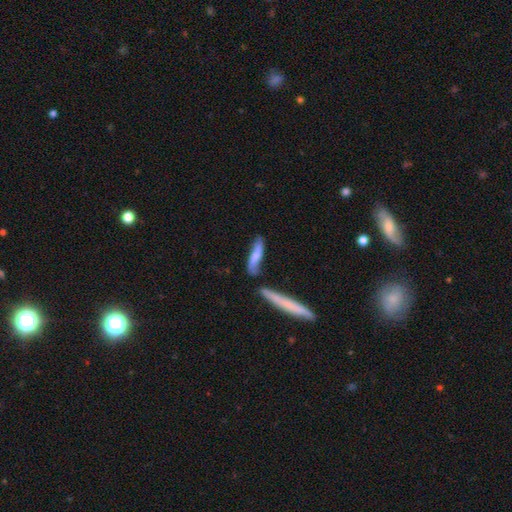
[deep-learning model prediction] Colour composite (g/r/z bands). It shows a smooth galaxy with no disk features (60%) that is cigar-shaped (79%). Merging: none (60%).